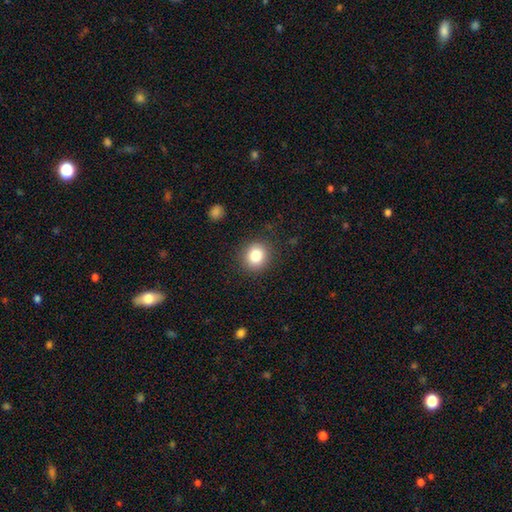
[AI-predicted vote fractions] smooth 83%, star or artifact 10%, featured or disk 7%. Down the decision tree: how rounded — round (84%); merging — none (88%).